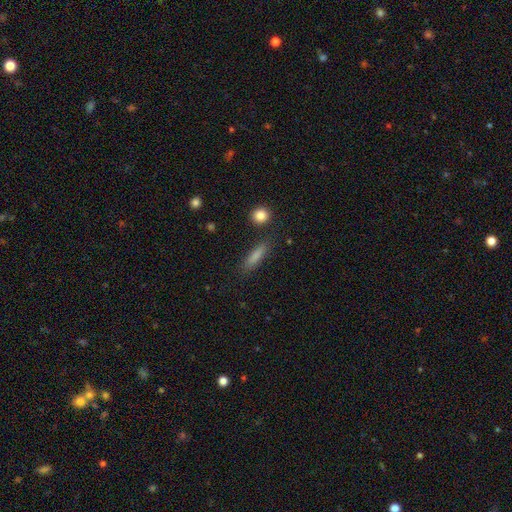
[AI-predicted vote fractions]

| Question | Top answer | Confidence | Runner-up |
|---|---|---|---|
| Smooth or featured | smooth | 80% | featured or disk (12%) |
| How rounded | cigar-shaped | 77% | in between (20%) |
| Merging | none | 84% | minor disturbance (11%) |